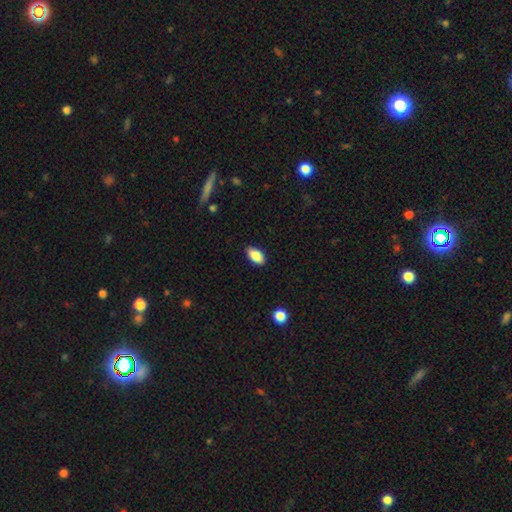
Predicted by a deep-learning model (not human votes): This is clearly a smooth galaxy (87%). How rounded: clearly in between (93%). Merging: clearly none (88%).